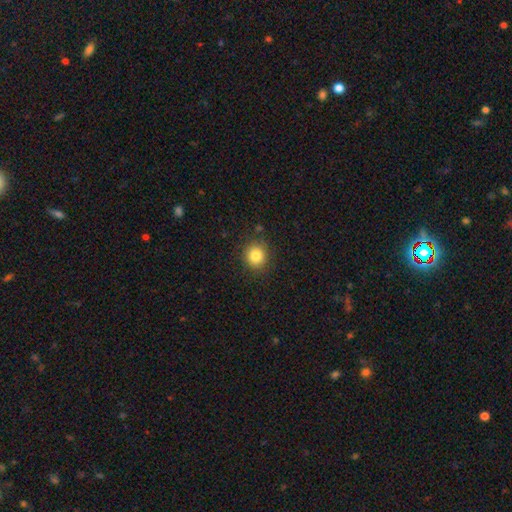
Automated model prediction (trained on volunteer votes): Smooth or featured?
  - smooth: 83% *
  - star or artifact: 11%
  - featured or disk: 6%
How rounded?
  - round: 89% *
  - in between: 10%
  - cigar-shaped: 1%
Merging?
  - none: 88% *
  - minor disturbance: 8%
  - major disturbance: 2%
  - merger: 1%